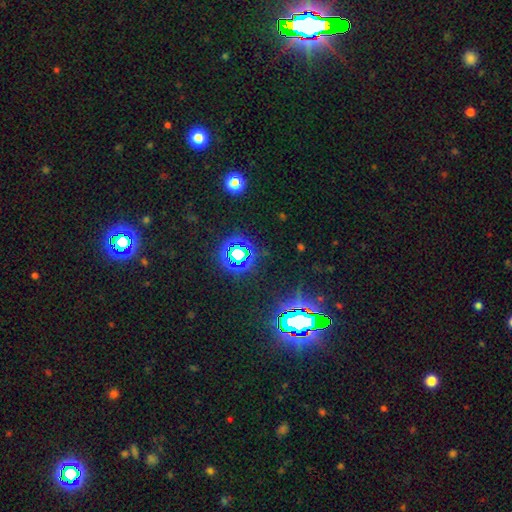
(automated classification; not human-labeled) Morphology: type=star or artifact (82%).